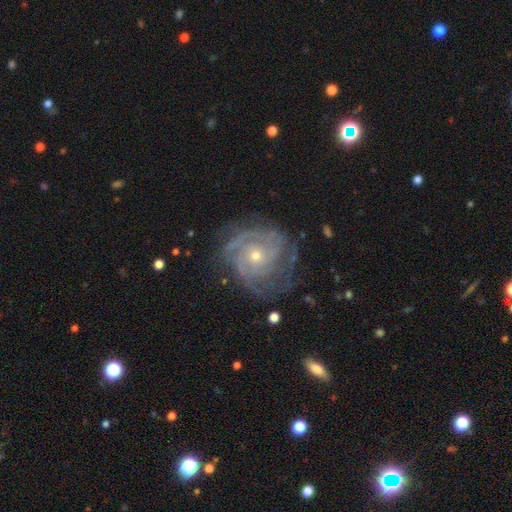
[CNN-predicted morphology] The model was most divided on "spiral arm count": can't tell: 31%, 3: 24%, 2: 22%, 4: 11%, 1: 6%, more than 4: 6%. More confident: edge-on disk — no (97%); spiral arms — yes (94%); smooth or featured — featured or disk (86%); bar — no (80%); spiral winding — tight (67%); merging — none (64%); bulge size — small (59%).